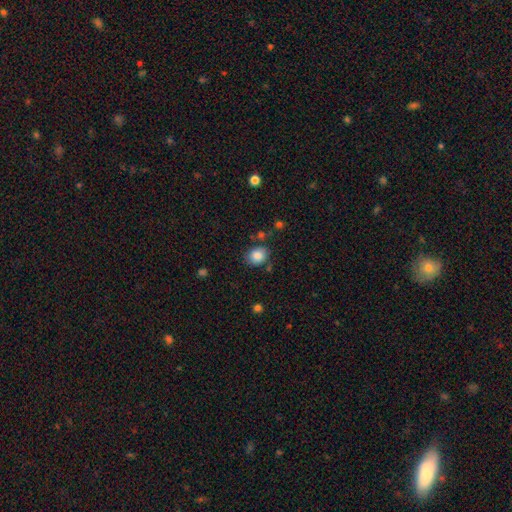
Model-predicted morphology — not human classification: smooth_or_featured: smooth (p=0.85) [alt: star or artifact p=0.09]
how_rounded: round (p=0.67) [alt: in between p=0.32]
merging: none (p=0.78) [alt: minor disturbance p=0.14]